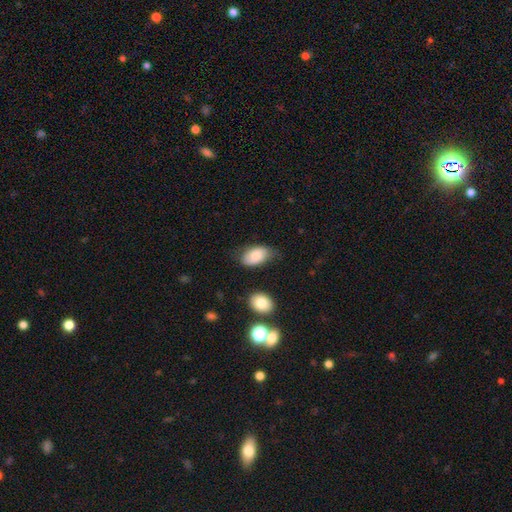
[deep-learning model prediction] smooth-or-featured: smooth: 80% | featured or disk: 13% | star or artifact: 7%
  how-rounded: in between: 92% | round: 7% | cigar-shaped: 1%
  merging: none: 64% | minor disturbance: 26% | major disturbance: 7% | merger: 3%